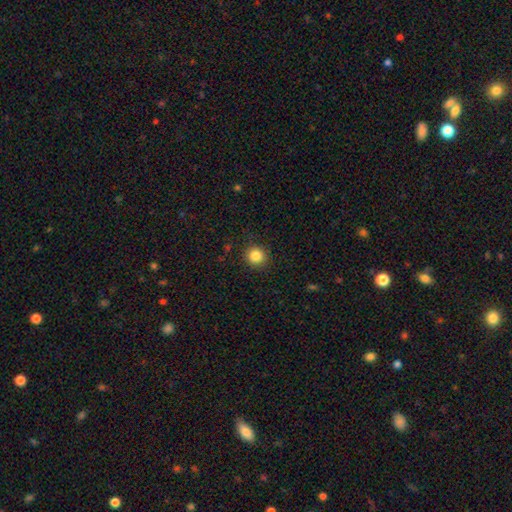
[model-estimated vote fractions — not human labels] Morphology: type=smooth (85%); roundness=round (93%); merging=none (90%).